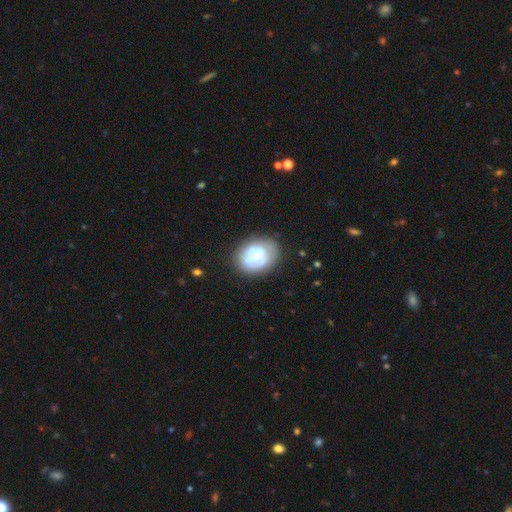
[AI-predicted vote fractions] smooth 51%, featured or disk 41%, star or artifact 7%. Down the decision tree: how rounded — in between (52%); merging — none (62%).